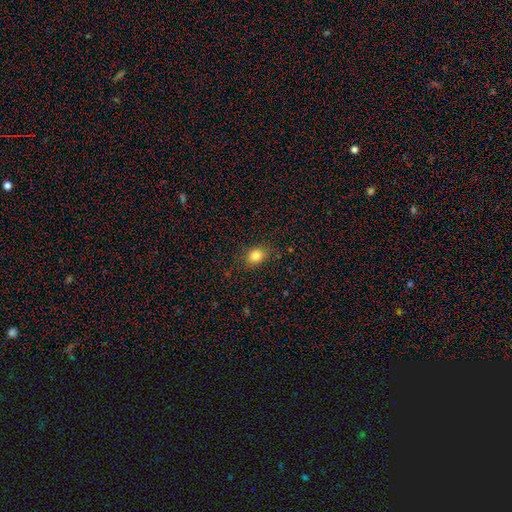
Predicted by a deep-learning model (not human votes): Smooth or featured? Predicted: smooth (p=0.84). How rounded? Predicted: in between (p=0.60). Merging? Predicted: none (p=0.82).